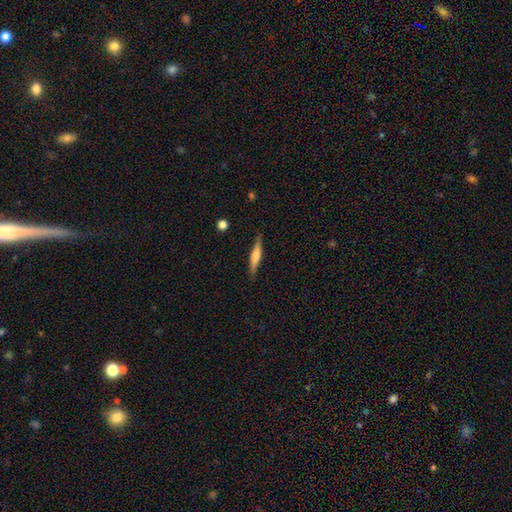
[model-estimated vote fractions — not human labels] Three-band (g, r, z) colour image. It shows a smooth galaxy with no disk features (51%) that is cigar-shaped (88%). Merging: none (86%).